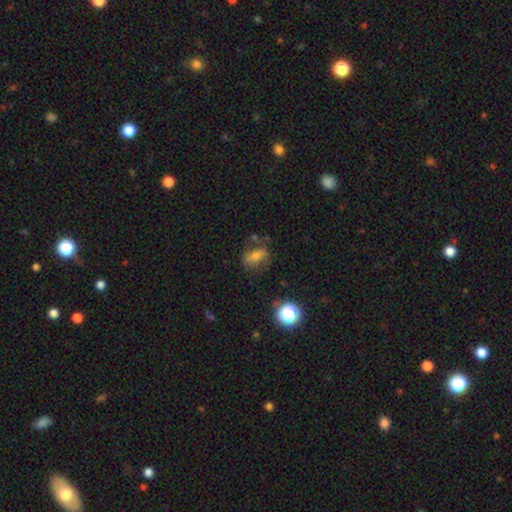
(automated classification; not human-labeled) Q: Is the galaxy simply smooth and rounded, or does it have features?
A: smooth — 57%.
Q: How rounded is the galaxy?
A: in between — 71%.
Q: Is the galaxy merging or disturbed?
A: none — 62%.